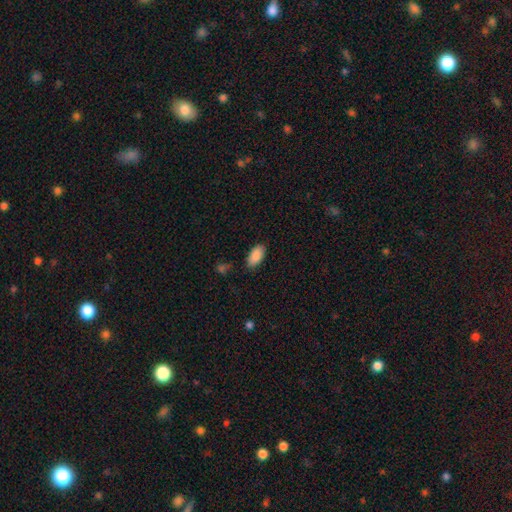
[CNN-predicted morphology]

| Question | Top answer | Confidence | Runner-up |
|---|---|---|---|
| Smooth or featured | smooth | 89% | star or artifact (7%) |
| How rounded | in between | 93% | cigar-shaped (4%) |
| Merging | none | 84% | minor disturbance (12%) |